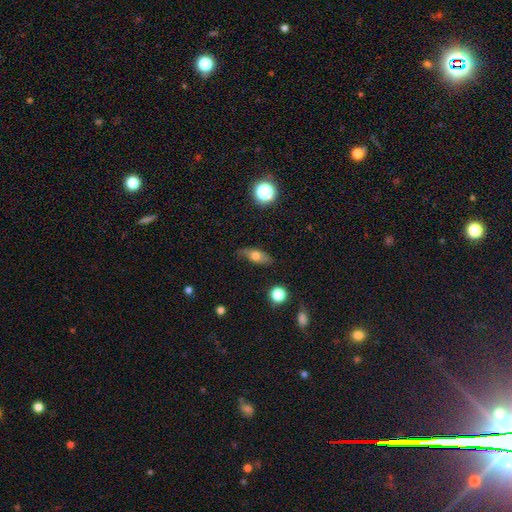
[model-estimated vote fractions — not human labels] smooth_or_featured: smooth (p=0.64) [alt: featured or disk p=0.26]
how_rounded: in between (p=0.73) [alt: cigar-shaped p=0.18]
merging: none (p=0.69) [alt: minor disturbance p=0.24]